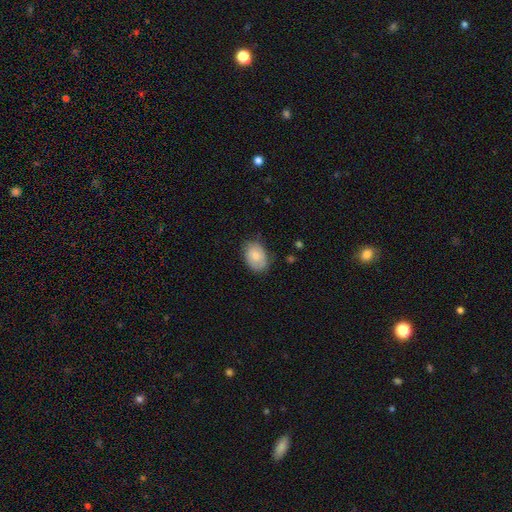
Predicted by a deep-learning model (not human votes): Smooth or featured: smooth — 78% (featured or disk — 16%)
How rounded: in between — 78% (round — 21%)
Merging: none — 70% (minor disturbance — 24%)